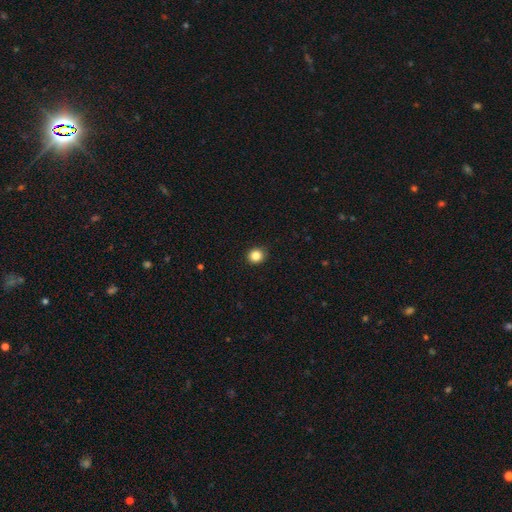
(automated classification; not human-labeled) Morphology: type=smooth (84%); roundness=round (87%); merging=none (90%).